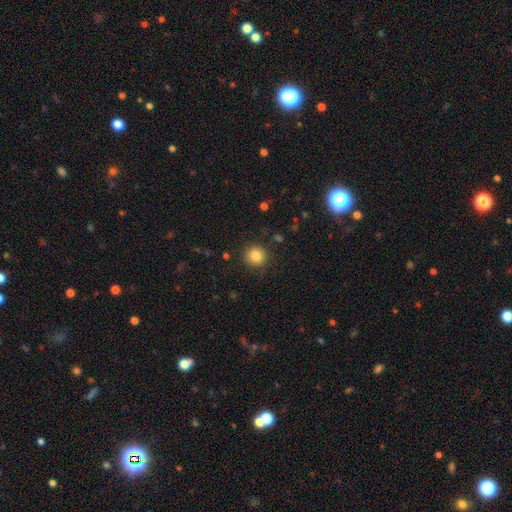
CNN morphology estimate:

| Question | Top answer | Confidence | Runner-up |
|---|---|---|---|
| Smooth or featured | smooth | 84% | star or artifact (11%) |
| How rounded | round | 93% | in between (6%) |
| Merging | none | 89% | minor disturbance (7%) |